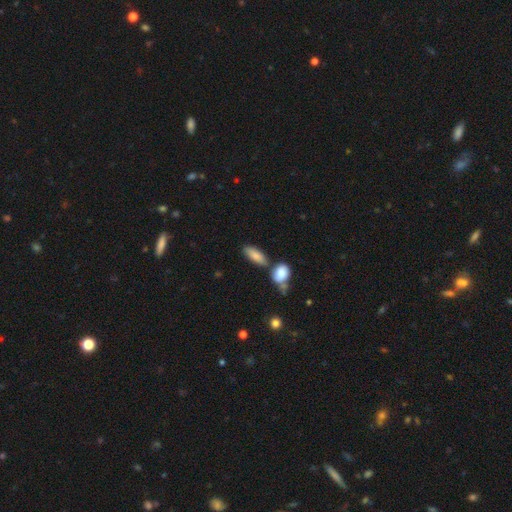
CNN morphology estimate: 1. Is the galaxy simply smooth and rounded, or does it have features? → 84% smooth, 10% featured or disk, 7% star or artifact.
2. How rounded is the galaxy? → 78% in between, 18% cigar-shaped, 4% round.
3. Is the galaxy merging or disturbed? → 59% none, 22% merger, 15% minor disturbance, 5% major disturbance.